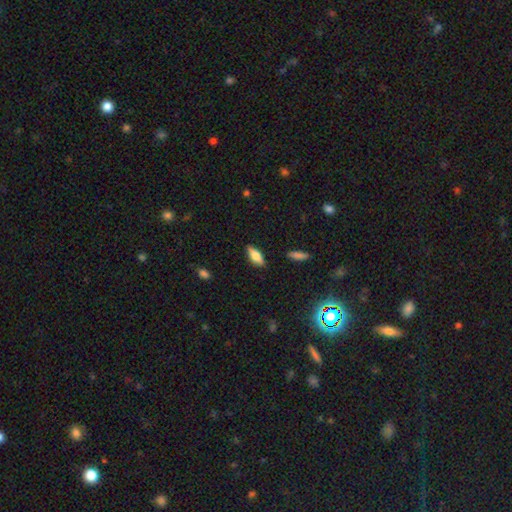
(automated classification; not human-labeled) smooth-or-featured: smooth: 67% | featured or disk: 26% | star or artifact: 7%
  how-rounded: in between: 72% | cigar-shaped: 25% | round: 3%
  merging: none: 86% | minor disturbance: 10% | major disturbance: 2% | merger: 1%